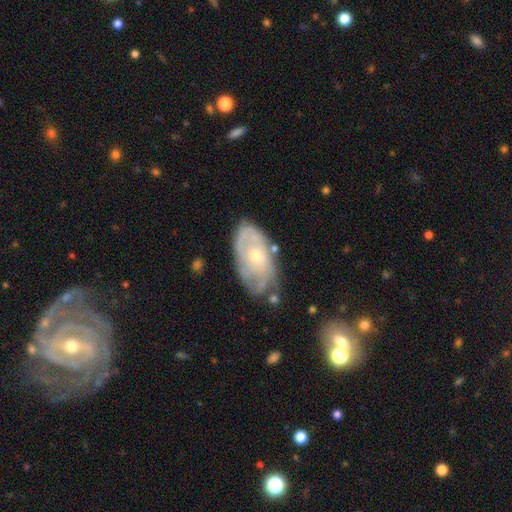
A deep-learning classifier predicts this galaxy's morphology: Smooth or featured?
  - featured or disk: 73% *
  - smooth: 21%
  - star or artifact: 6%
Edge-on disk?
  - no: 94% *
  - yes: 6%
Bar?
  - no: 79% *
  - weak: 19%
  - strong: 3%
Spiral arms?
  - yes: 80% *
  - no: 20%
Spiral winding?
  - tight: 61% *
  - medium: 29%
  - loose: 10%
Spiral arm count?
  - can't tell: 52% *
  - 2: 21%
  - 3: 13%
  - 4: 6%
  - 1: 5%
  - more than 4: 3%
Bulge size?
  - small: 52% *
  - moderate: 45%
  - large: 2%
  - none: 1%
  - dominant: 1%
Merging?
  - none: 65% *
  - minor disturbance: 24%
  - major disturbance: 7%
  - merger: 4%